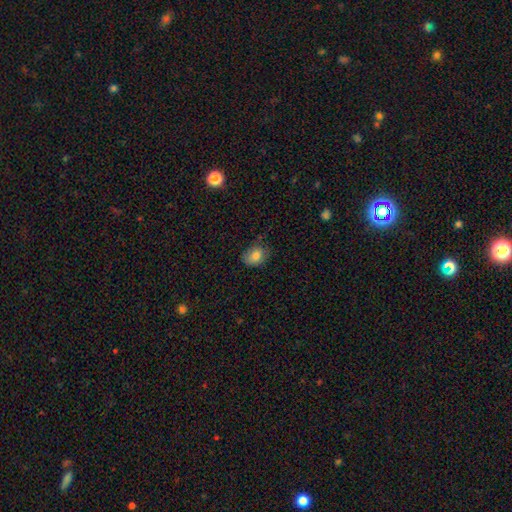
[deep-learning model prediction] Smooth or featured?
  - smooth: 80% *
  - featured or disk: 10%
  - star or artifact: 9%
How rounded?
  - in between: 60% *
  - round: 39%
  - cigar-shaped: 1%
Merging?
  - none: 62% *
  - minor disturbance: 29%
  - major disturbance: 7%
  - merger: 2%